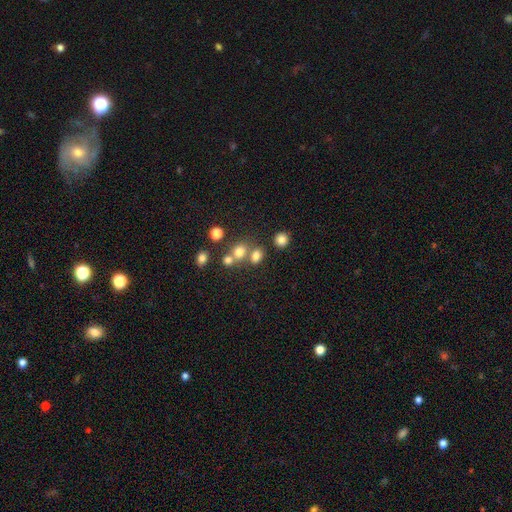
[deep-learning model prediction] Smooth or featured? Predicted: smooth (p=0.73). How rounded? Predicted: round (p=0.62). Merging? Predicted: none (p=0.51).